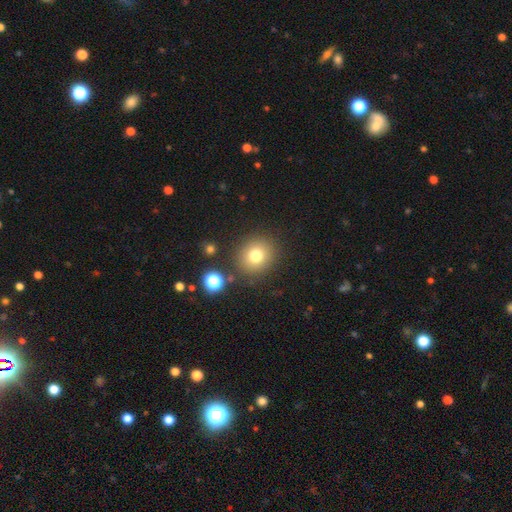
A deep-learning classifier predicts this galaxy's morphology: Overall: smooth (76%). How rounded: round (87%). Merging: none (86%).